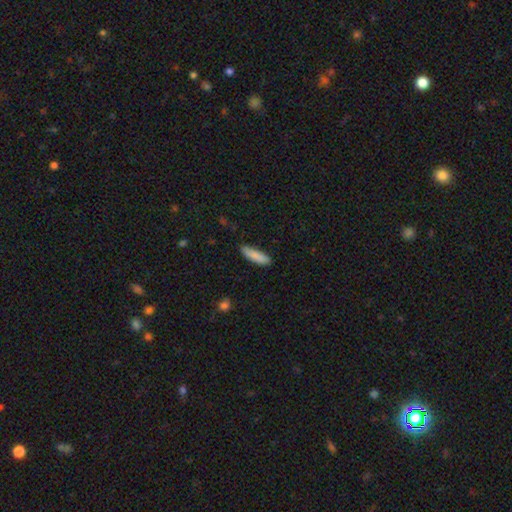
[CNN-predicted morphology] This appears to be a smooth galaxy with no disk features (86%) that is cigar-shaped (67%). Merging: none (84%).